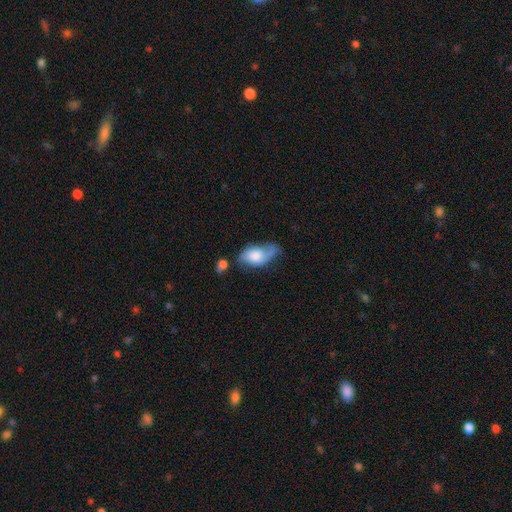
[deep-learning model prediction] Q: Smooth or featured?
A: smooth (56%); runner-up: featured or disk (37%)
Q: How rounded?
A: in between (89%); runner-up: round (7%)
Q: Merging?
A: none (35%); runner-up: minor disturbance (32%)